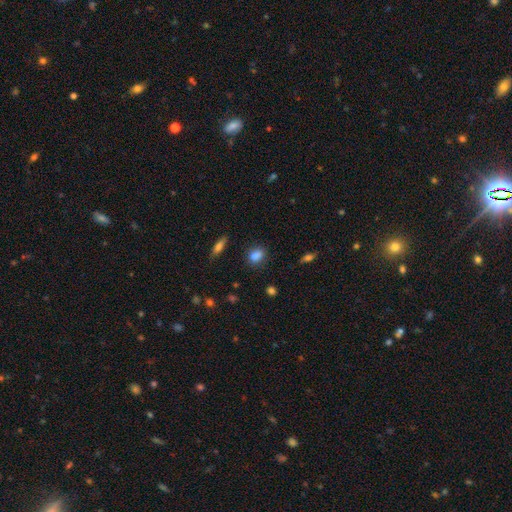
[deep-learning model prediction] smooth 83%, star or artifact 11%, featured or disk 6%. Down the decision tree: how rounded — in between (66%); merging — none (75%).